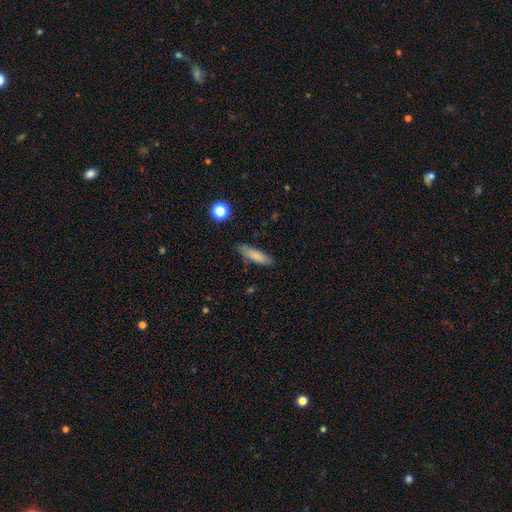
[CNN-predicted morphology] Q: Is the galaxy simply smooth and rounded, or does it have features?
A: smooth — 80%.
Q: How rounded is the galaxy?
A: cigar-shaped — 65%.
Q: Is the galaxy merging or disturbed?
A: none — 81%.